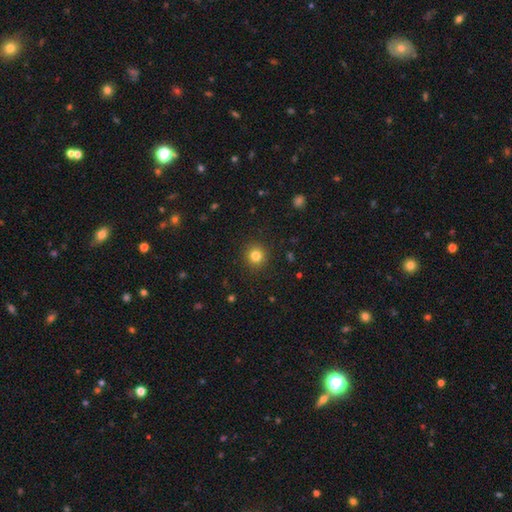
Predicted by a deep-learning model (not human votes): This is clearly a smooth galaxy (82%). How rounded: clearly round (93%). Merging: clearly none (91%).